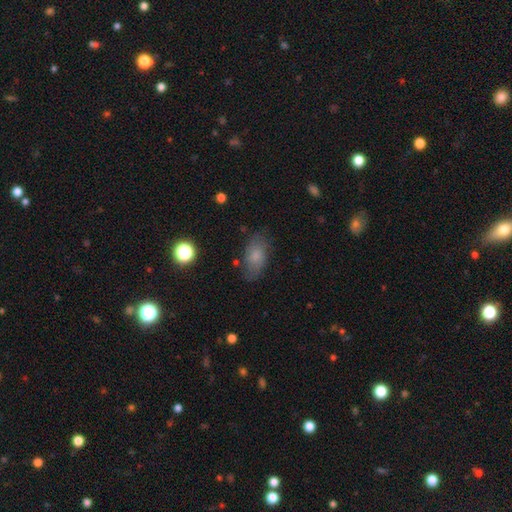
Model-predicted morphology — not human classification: The model was most divided on "smooth or featured": smooth: 70%, featured or disk: 20%, star or artifact: 10%. More confident: how rounded — in between (90%); merging — none (74%).